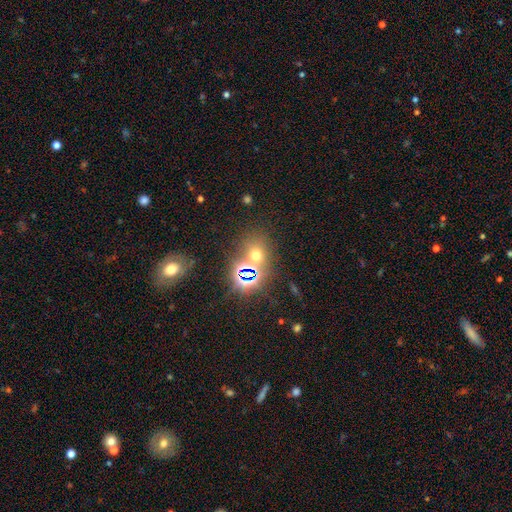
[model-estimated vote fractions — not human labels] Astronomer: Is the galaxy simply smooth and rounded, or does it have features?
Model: smooth — 47% (runner-up: star or artifact, 44%).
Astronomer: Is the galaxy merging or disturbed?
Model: none — 70%.